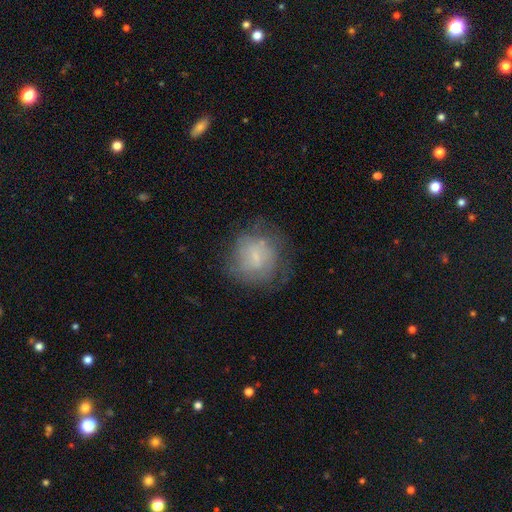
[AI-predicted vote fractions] Smooth or featured?
  - smooth: 50% *
  - featured or disk: 39%
  - star or artifact: 11%
Merging?
  - none: 67% *
  - minor disturbance: 20%
  - major disturbance: 12%
  - merger: 2%